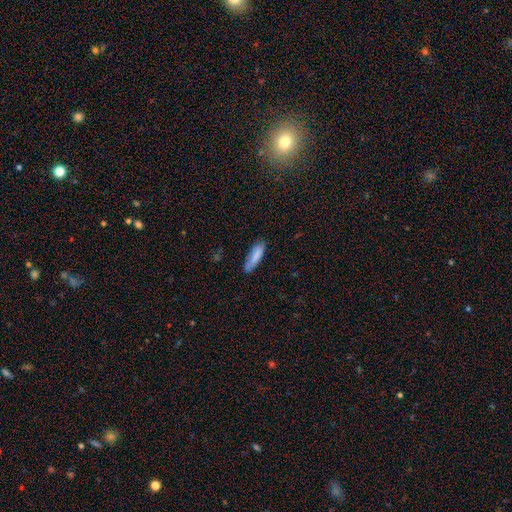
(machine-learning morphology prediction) smooth 81%, featured or disk 12%, star or artifact 6%. Down the decision tree: how rounded — cigar-shaped (57%); merging — none (73%).